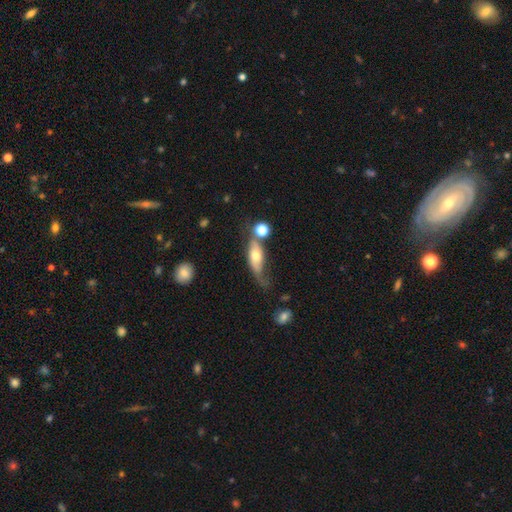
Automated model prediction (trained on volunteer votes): The model was most divided on "smooth or featured": smooth: 51%, featured or disk: 41%, star or artifact: 8%. Remaining: how rounded — in between (69%); merging — none (39%).